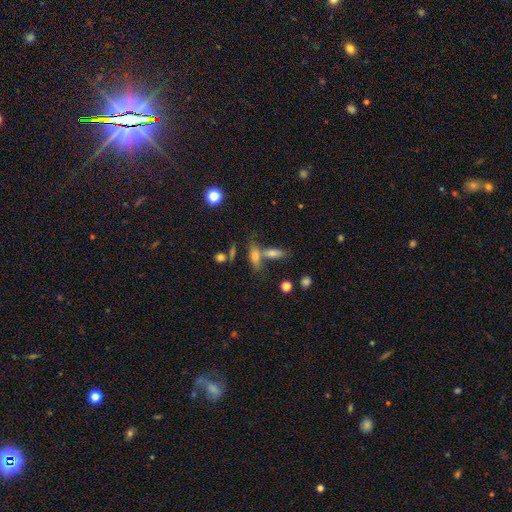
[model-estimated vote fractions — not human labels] The model was most divided on "how rounded": cigar-shaped: 48%, in between: 45%, round: 7%. Remaining: smooth or featured — smooth (56%); merging — none (50%).